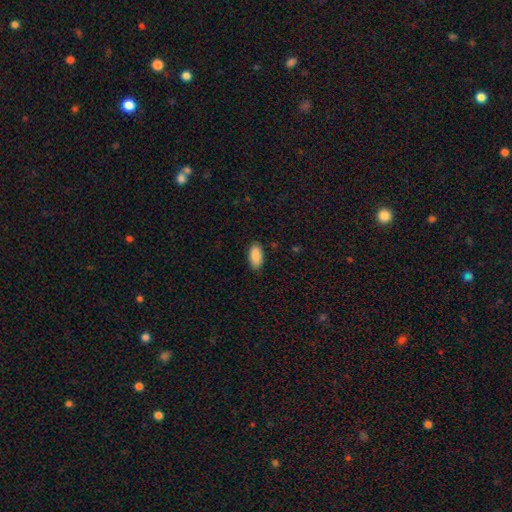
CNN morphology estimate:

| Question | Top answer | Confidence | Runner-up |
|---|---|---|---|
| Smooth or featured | smooth | 89% | star or artifact (6%) |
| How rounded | in between | 93% | cigar-shaped (5%) |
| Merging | none | 87% | minor disturbance (10%) |